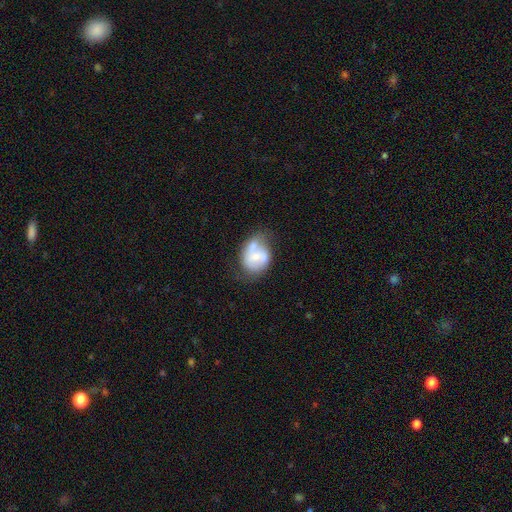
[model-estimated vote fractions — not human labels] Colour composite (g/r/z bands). It shows a featured or disk galaxy (47%). Merging: none (35%).